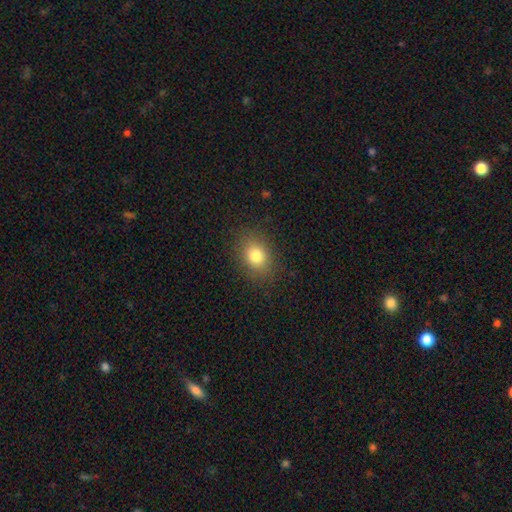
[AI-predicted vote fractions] Morphology: type=smooth (79%); roundness=in between (56%); merging=none (86%).